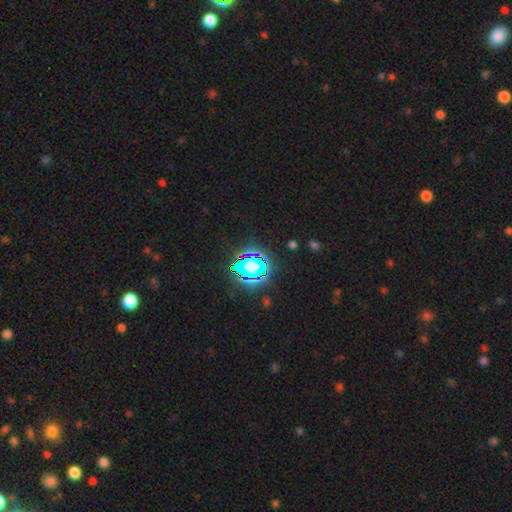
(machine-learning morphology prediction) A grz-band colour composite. It shows a star or artifact, not a galaxy (73%).